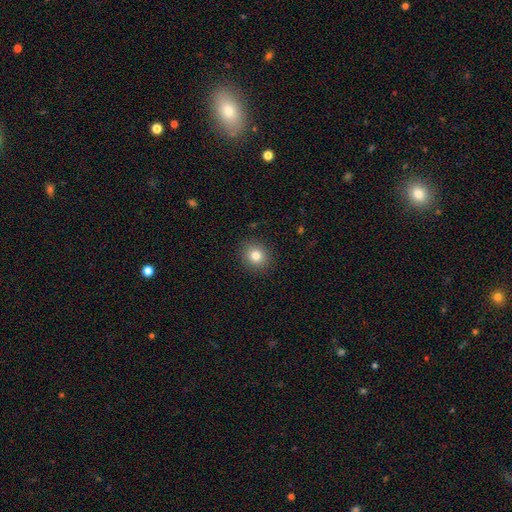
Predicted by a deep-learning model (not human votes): smooth_or_featured: smooth (p=0.81) [alt: star or artifact p=0.11]
how_rounded: round (p=0.78) [alt: in between p=0.21]
merging: none (p=0.90) [alt: minor disturbance p=0.07]